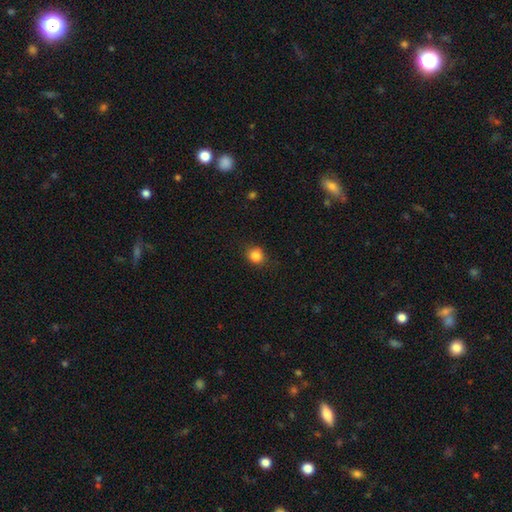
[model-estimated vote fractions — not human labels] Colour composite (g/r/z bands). It shows a smooth galaxy with no disk features (85%) that is round (80%). Merging: none (85%).